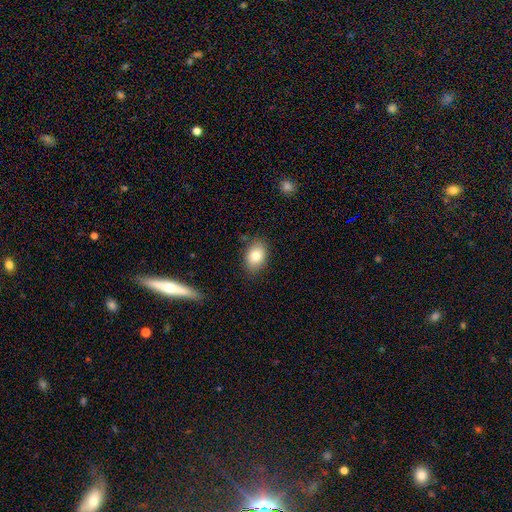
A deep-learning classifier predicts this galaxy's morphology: This appears to be a smooth galaxy with no disk features (81%) that is in between round and cigar-shaped (79%). Merging: none (83%).